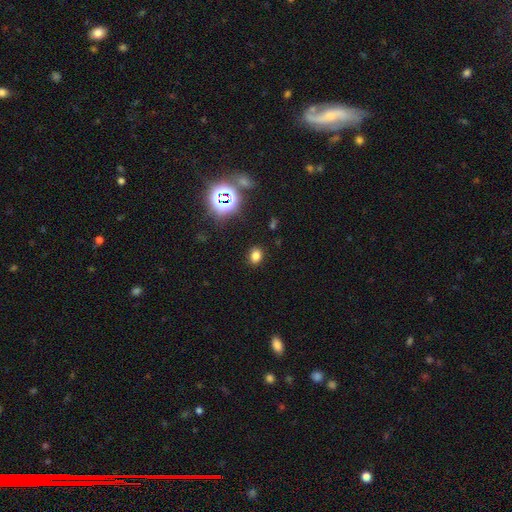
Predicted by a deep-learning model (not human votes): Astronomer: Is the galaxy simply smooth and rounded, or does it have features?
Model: smooth — 73%.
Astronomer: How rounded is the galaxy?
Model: in between — 55% (runner-up: round, 44%).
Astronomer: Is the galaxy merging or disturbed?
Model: none — 88%.